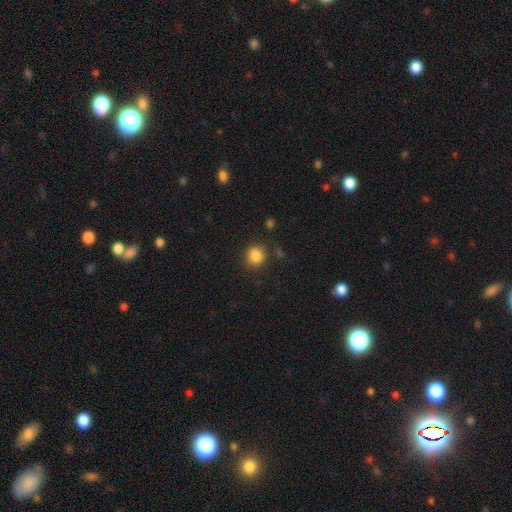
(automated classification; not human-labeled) This is clearly a smooth galaxy (85%). How rounded: clearly round (83%). Merging: clearly none (82%).